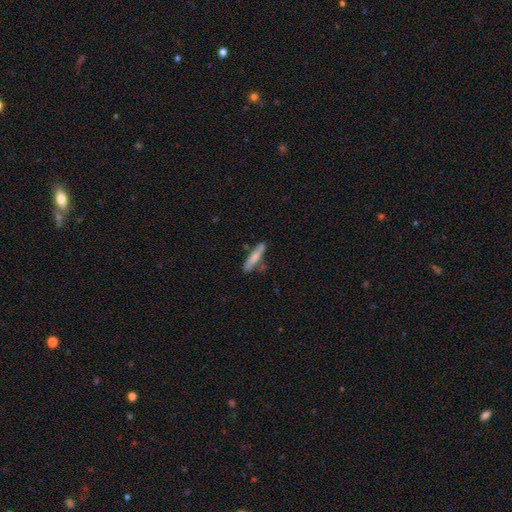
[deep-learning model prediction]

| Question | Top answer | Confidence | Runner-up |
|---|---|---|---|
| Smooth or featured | smooth | 58% | featured or disk (35%) |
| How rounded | cigar-shaped | 86% | in between (12%) |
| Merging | none | 71% | minor disturbance (18%) |